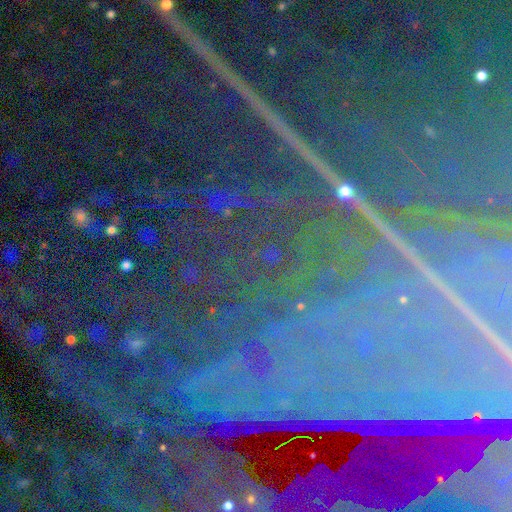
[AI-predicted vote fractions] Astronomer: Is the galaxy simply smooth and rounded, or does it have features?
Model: star or artifact — 88%.